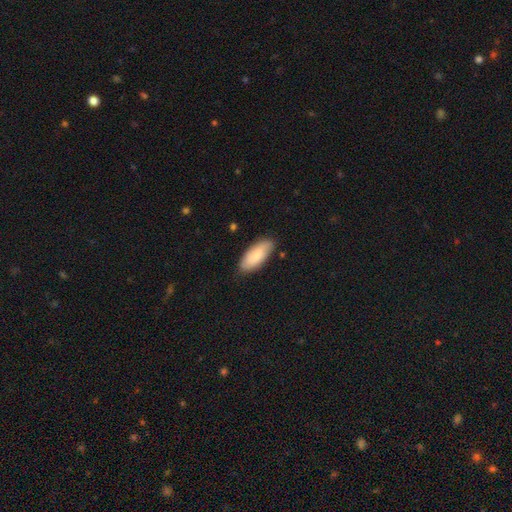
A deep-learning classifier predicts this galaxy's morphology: Smooth or featured?
  - smooth: 81% *
  - featured or disk: 13%
  - star or artifact: 5%
How rounded?
  - in between: 85% *
  - cigar-shaped: 13%
  - round: 2%
Merging?
  - none: 82% *
  - minor disturbance: 14%
  - major disturbance: 2%
  - merger: 1%